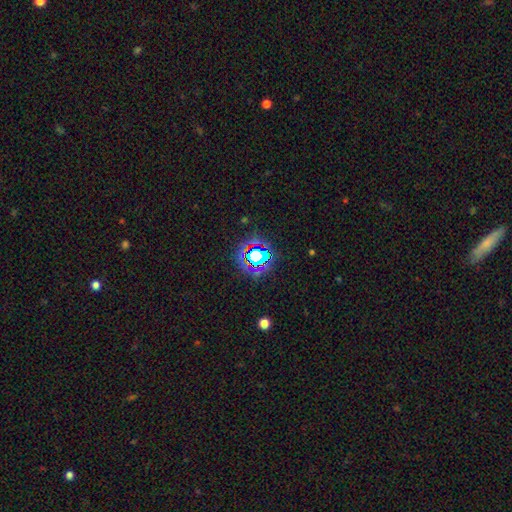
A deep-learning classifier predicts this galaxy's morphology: Overall: star or artifact (63%; smooth 25%).